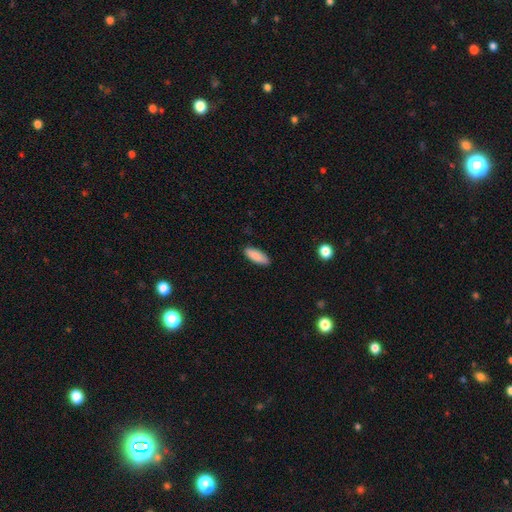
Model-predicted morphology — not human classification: type=smooth (88%); roundness=in between (64%); merging=none (88%).